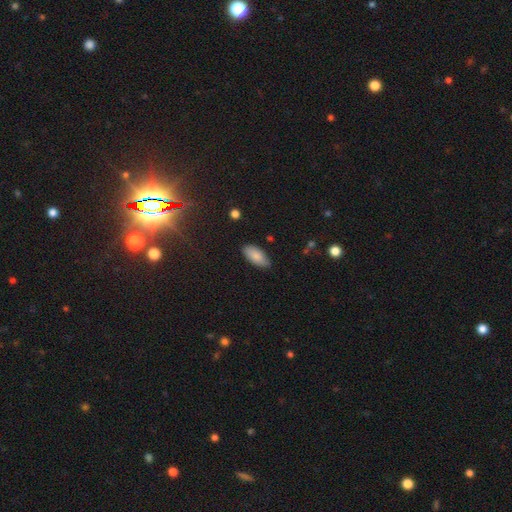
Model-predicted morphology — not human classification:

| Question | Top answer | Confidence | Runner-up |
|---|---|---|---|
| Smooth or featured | smooth | 85% | featured or disk (9%) |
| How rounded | in between | 91% | cigar-shaped (8%) |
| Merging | none | 82% | minor disturbance (14%) |